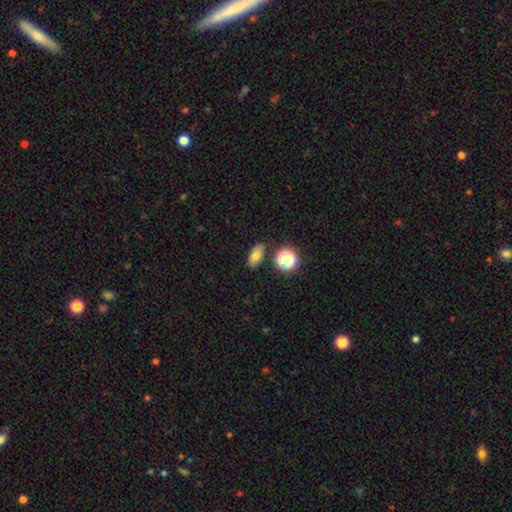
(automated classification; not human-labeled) Smooth or featured? smooth (70%)
How rounded? in between (81%)
Merging? none (82%)